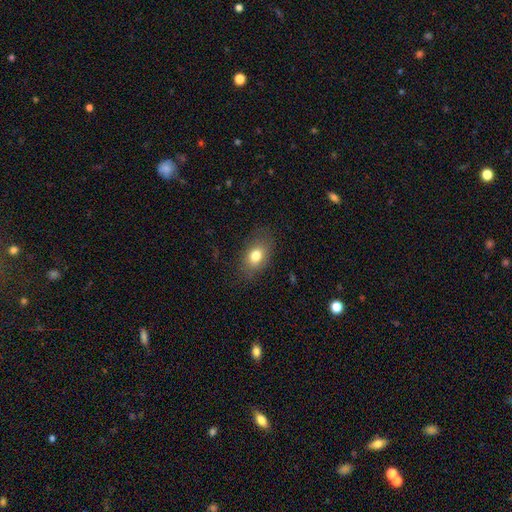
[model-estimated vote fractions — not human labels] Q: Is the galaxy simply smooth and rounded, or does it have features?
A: smooth — 78%.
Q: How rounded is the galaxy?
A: in between — 77%.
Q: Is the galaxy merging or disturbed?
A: none — 78%.